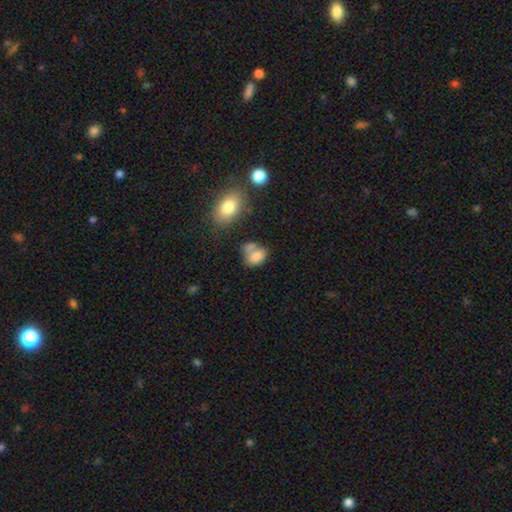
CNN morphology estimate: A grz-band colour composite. It shows a smooth galaxy with no disk features (78%) that is in between round and cigar-shaped (69%). Merging: merger (36%).